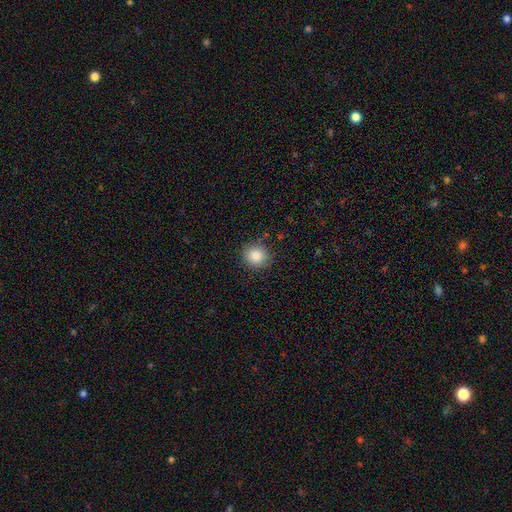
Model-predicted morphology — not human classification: Overall: smooth (85%). How rounded: round (89%). Merging: none (88%).